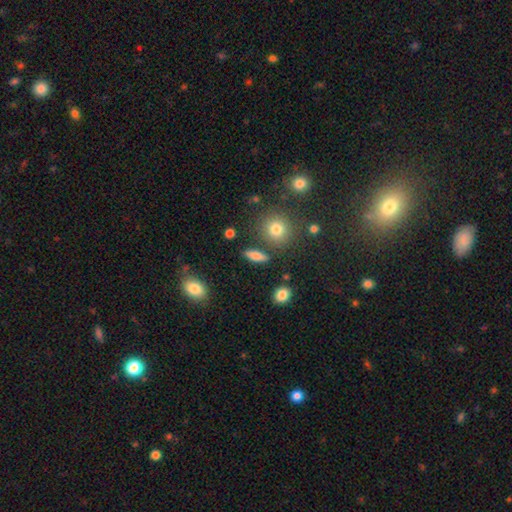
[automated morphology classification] Q: Smooth or featured?
A: smooth (72%); runner-up: featured or disk (17%)
Q: How rounded?
A: cigar-shaped (45%); runner-up: in between (44%)
Q: Merging?
A: none (83%); runner-up: minor disturbance (10%)